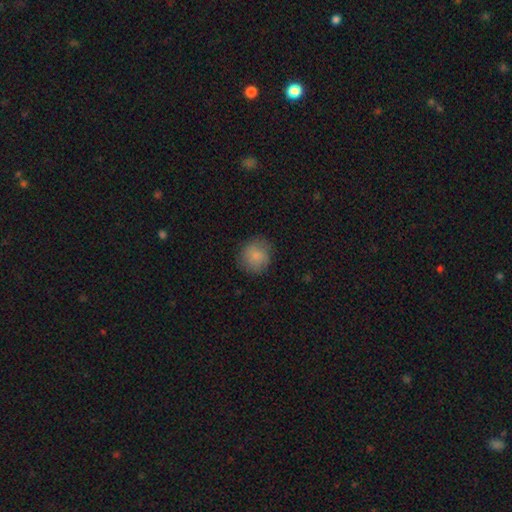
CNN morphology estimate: A smooth galaxy with no disk features (85%) that is round (91%). Merging: none (83%).